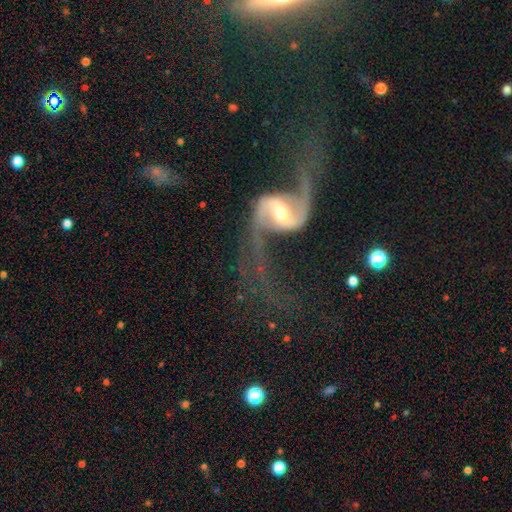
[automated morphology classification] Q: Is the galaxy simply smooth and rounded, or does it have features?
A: featured or disk — 92%.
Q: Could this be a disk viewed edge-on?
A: no — 96%.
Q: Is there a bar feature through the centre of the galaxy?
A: weak — 42%.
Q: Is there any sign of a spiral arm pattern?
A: yes — 97%.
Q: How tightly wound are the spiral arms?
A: loose — 80%.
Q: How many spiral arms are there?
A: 2 — 94%.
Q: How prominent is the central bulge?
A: moderate — 52%.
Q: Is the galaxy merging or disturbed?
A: none — 60%.